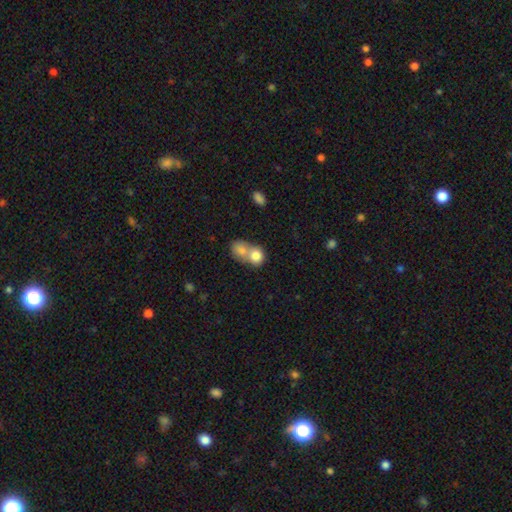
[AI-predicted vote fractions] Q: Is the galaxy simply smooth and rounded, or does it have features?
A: smooth — 79%.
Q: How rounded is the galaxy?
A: round — 65%.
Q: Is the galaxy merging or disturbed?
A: merger — 72%.